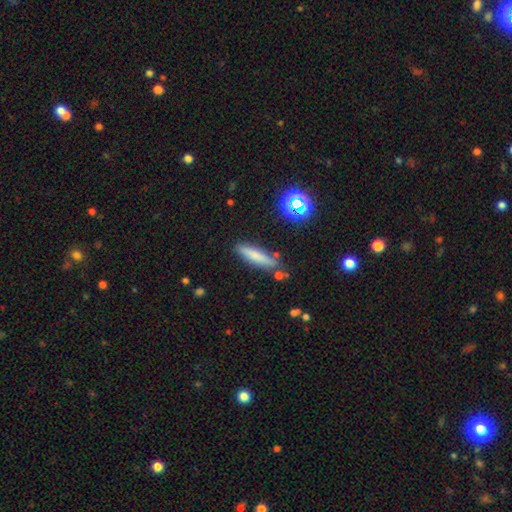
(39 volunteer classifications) Smooth or featured: smooth — 67% (featured or disk — 23%)
How rounded: cigar-shaped — 92% (round — 4%)
Merging: none — 74% (minor disturbance — 23%)